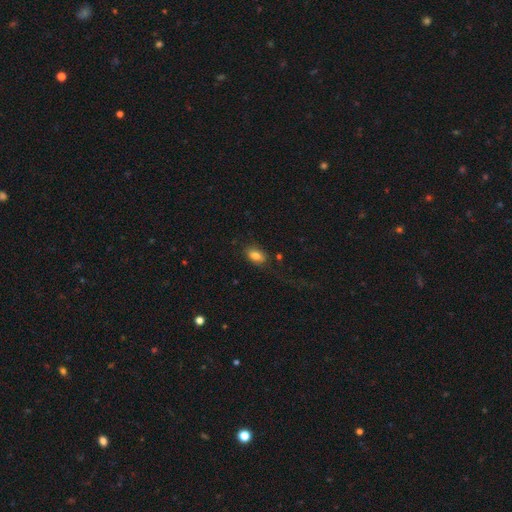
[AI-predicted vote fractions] Smooth or featured? smooth (82%)
How rounded? in between (87%)
Merging? none (76%)